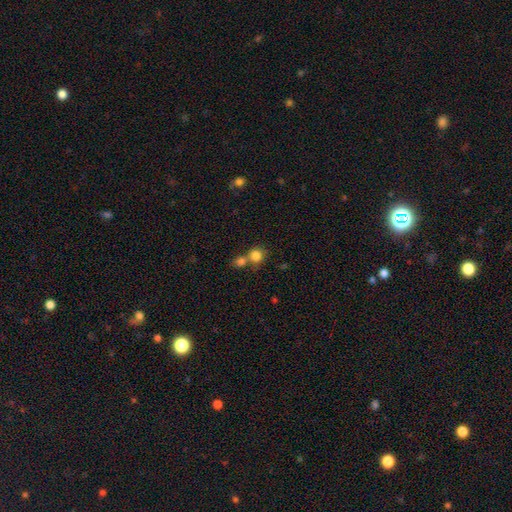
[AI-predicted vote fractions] Smooth or featured?
  - smooth: 82% *
  - star or artifact: 11%
  - featured or disk: 8%
How rounded?
  - round: 85% *
  - in between: 14%
  - cigar-shaped: 1%
Merging?
  - merger: 45% *
  - none: 44%
  - minor disturbance: 7%
  - major disturbance: 4%